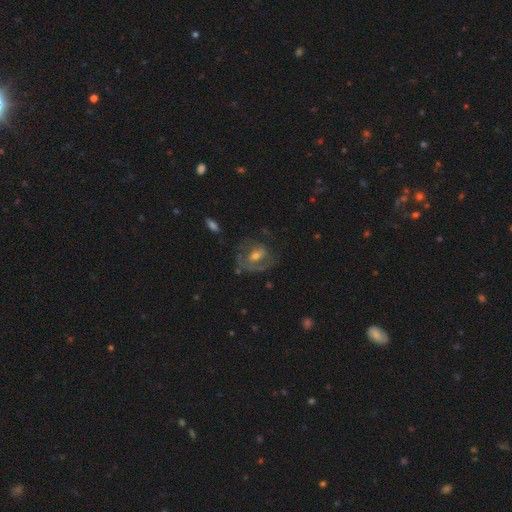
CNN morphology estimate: smooth_or_featured: featured or disk (p=0.67) [alt: smooth p=0.24]
disk_edge_on: no (p=0.95) [alt: yes p=0.05]
bar: no (p=0.42) [alt: weak p=0.41]
has_spiral_arms: yes (p=0.65) [alt: no p=0.35]
bulge_size: moderate (p=0.51) [alt: small p=0.39]
merging: none (p=0.55) [alt: major disturbance p=0.22]